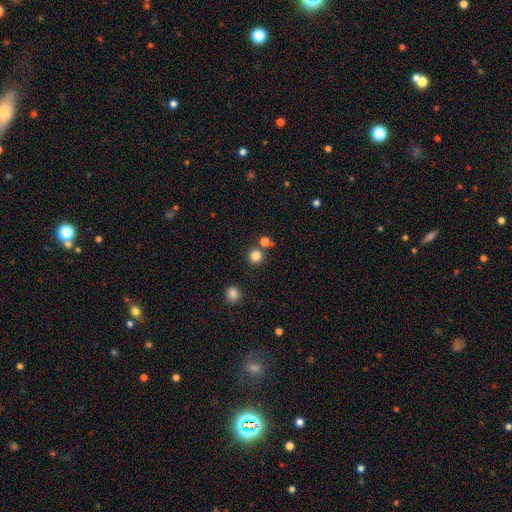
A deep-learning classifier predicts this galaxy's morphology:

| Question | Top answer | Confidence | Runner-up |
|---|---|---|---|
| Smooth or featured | smooth | 82% | star or artifact (14%) |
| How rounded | round | 94% | in between (5%) |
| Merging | none | 81% | merger (10%) |